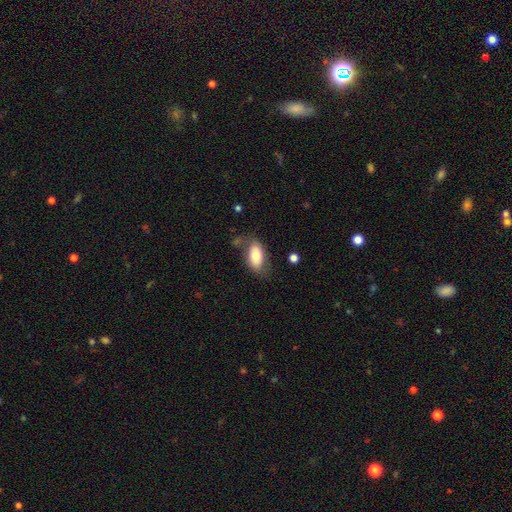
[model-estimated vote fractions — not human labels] Overall: smooth (73%). How rounded: in between (92%). Merging: none (58%; minor disturbance 24%).